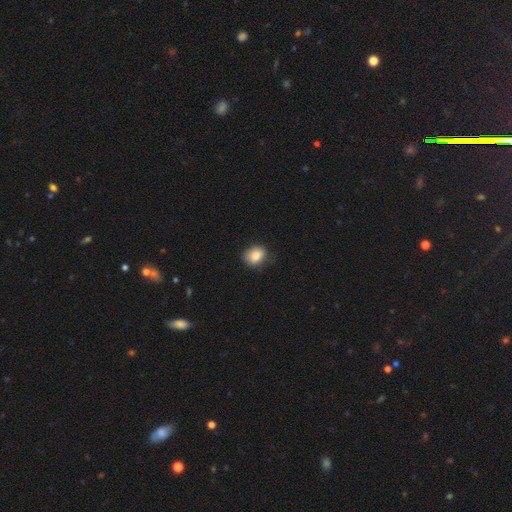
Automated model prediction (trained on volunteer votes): This is clearly a smooth galaxy (85%). How rounded: possibly in between (53%). Merging: likely none (75%).